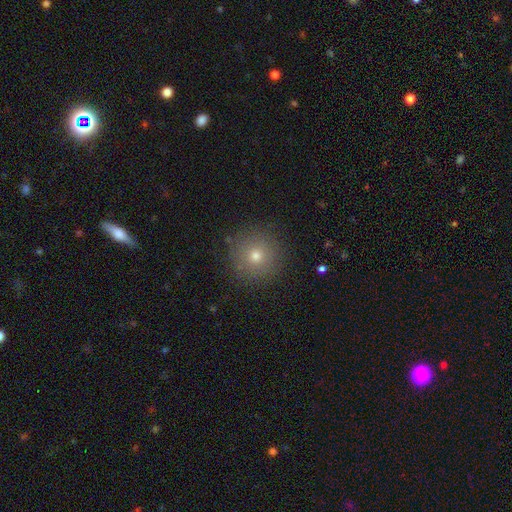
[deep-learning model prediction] Smooth or featured?
  - smooth: 71% *
  - star or artifact: 19%
  - featured or disk: 11%
How rounded?
  - round: 96% *
  - in between: 3%
  - cigar-shaped: 1%
Merging?
  - none: 90% *
  - minor disturbance: 6%
  - major disturbance: 2%
  - merger: 1%